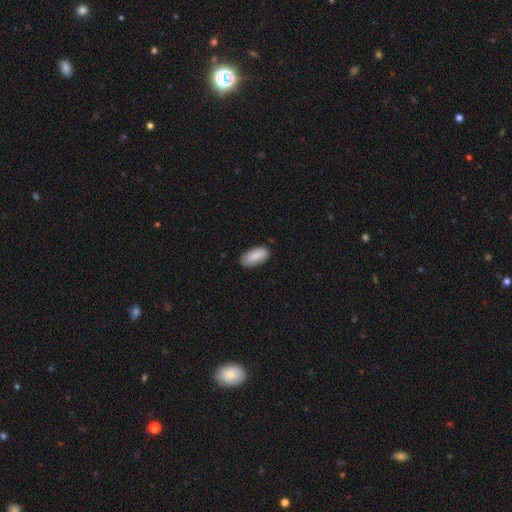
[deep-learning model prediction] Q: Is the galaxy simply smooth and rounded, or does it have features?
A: smooth — 87%.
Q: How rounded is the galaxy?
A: in between — 90%.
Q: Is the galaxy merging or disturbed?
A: none — 81%.